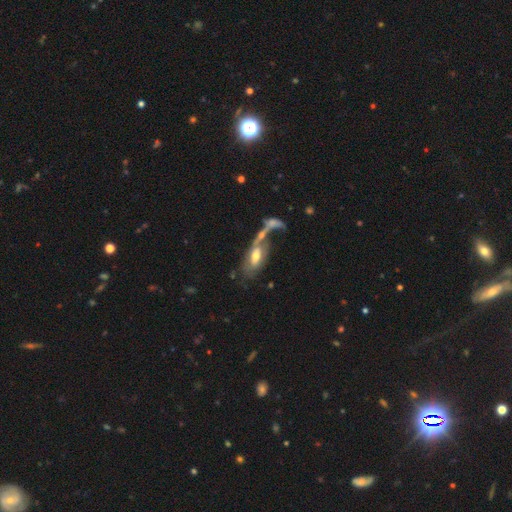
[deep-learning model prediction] Smooth or featured? featured or disk (48%)
Merging? merger (52%)